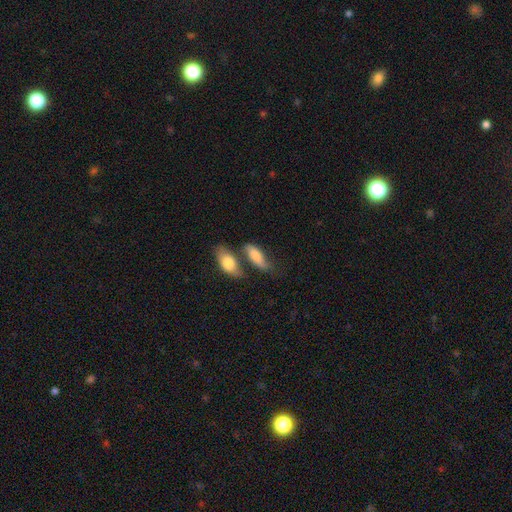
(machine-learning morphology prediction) smooth-or-featured: smooth: 75% | featured or disk: 19% | star or artifact: 7%
  how-rounded: in between: 77% | cigar-shaped: 20% | round: 3%
  merging: none: 37% | merger: 36% | minor disturbance: 18% | major disturbance: 9%